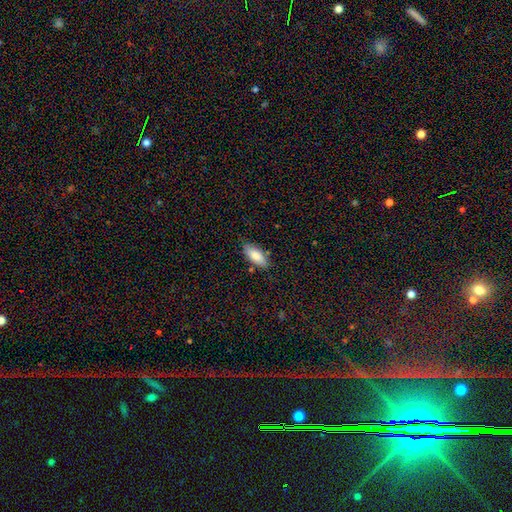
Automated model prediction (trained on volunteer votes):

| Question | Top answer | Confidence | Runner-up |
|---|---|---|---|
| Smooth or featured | smooth | 81% | featured or disk (13%) |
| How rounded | in between | 83% | cigar-shaped (15%) |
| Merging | none | 81% | minor disturbance (14%) |